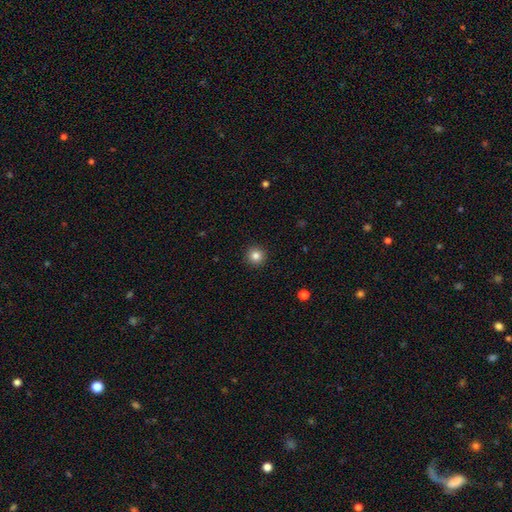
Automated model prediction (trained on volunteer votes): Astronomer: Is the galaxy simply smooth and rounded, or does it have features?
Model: smooth — 84%.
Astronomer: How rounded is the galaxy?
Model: round — 95%.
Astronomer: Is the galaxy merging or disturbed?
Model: none — 93%.